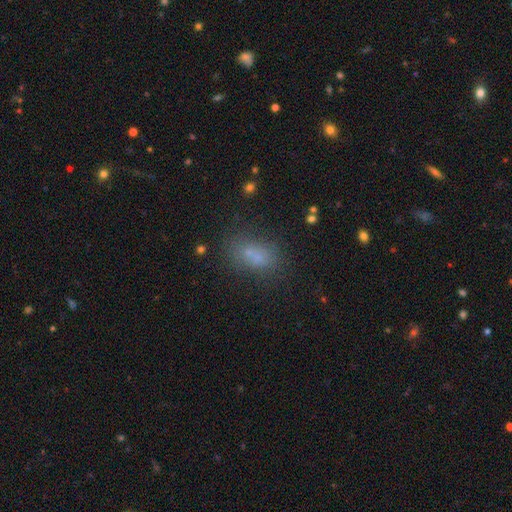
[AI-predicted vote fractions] This is likely a smooth galaxy (66%). How rounded: likely in between (77%). Merging: possibly none (58%).